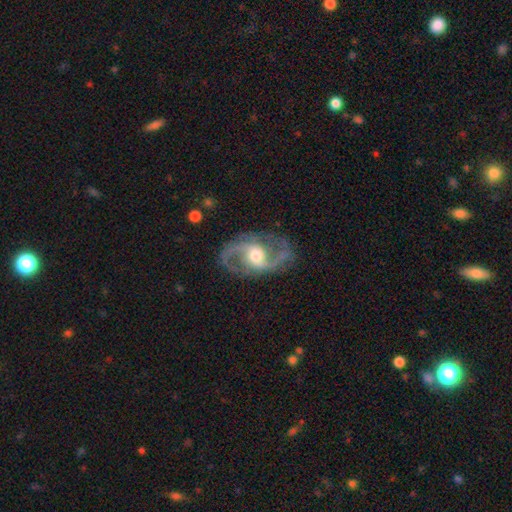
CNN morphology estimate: This is clearly a featured or disk galaxy (90%). It is clearly not viewed edge-on (97%). Bar: marginally weak (43%). Spiral arm pattern: clearly yes (96%). Spiral arm count: clearly 2 (92%). Spiral winding: possibly medium (55%). Central bulge: likely moderate (66%). Merging: likely none (78%).